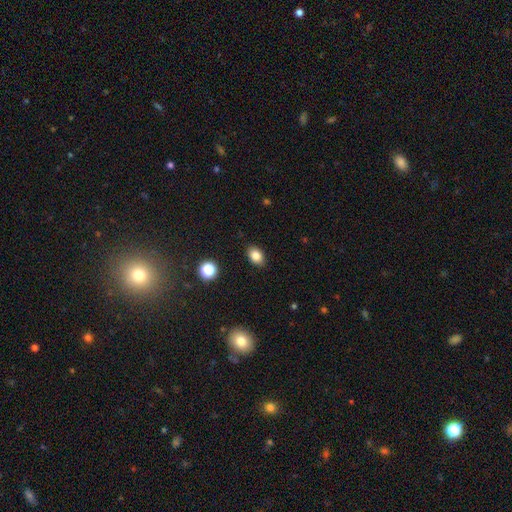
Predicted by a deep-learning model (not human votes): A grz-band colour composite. It shows a smooth galaxy with no disk features (85%) that is in between round and cigar-shaped (80%). Merging: none (88%).